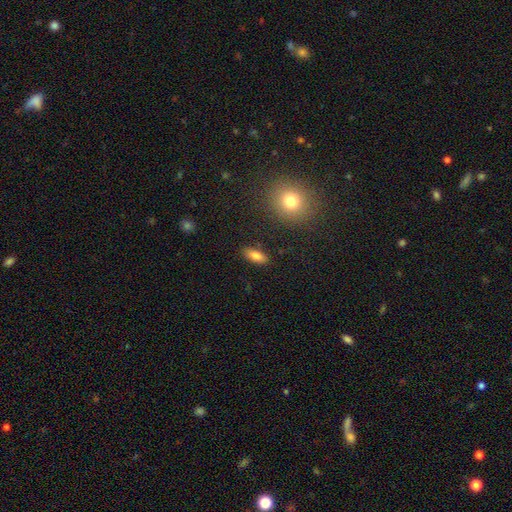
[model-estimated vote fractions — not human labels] This appears to be a smooth galaxy with no disk features (83%) that is in between round and cigar-shaped (83%). Merging: none (87%).